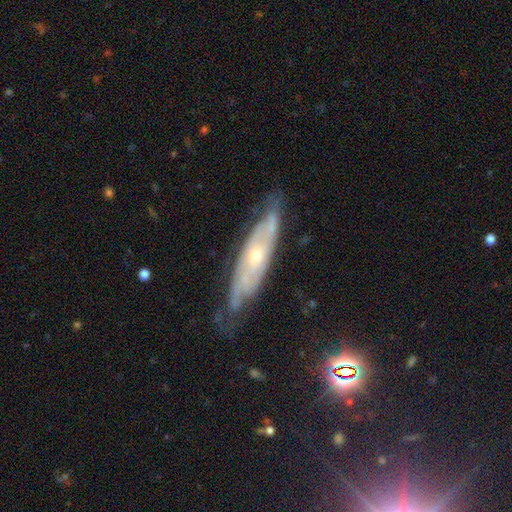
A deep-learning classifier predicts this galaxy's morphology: type=featured or disk (80%); edge-on=no (68%); bar=no (70%); spiral arms=yes (89%); bulge=small (65%); merging=none (70%).